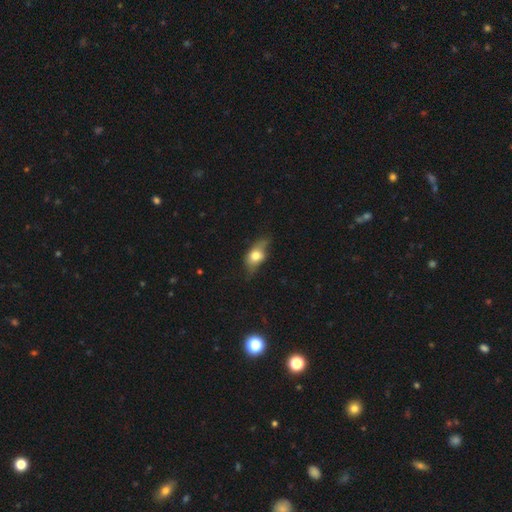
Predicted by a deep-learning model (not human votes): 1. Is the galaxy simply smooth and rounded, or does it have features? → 58% smooth, 33% featured or disk, 9% star or artifact.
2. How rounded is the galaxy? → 71% in between, 18% round, 10% cigar-shaped.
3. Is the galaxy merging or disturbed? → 52% none, 32% minor disturbance, 14% major disturbance, 3% merger.